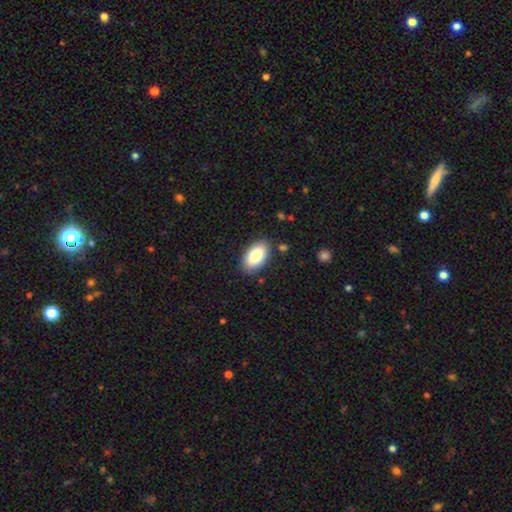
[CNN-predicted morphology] Overall: smooth (81%). How rounded: in between (94%). Merging: none (86%).